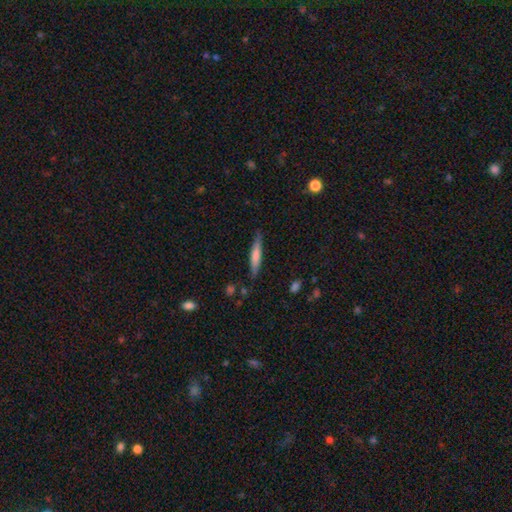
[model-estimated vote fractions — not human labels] Q: Smooth or featured?
A: smooth (66%); runner-up: featured or disk (28%)
Q: How rounded?
A: cigar-shaped (89%); runner-up: in between (10%)
Q: Merging?
A: none (82%); runner-up: minor disturbance (13%)